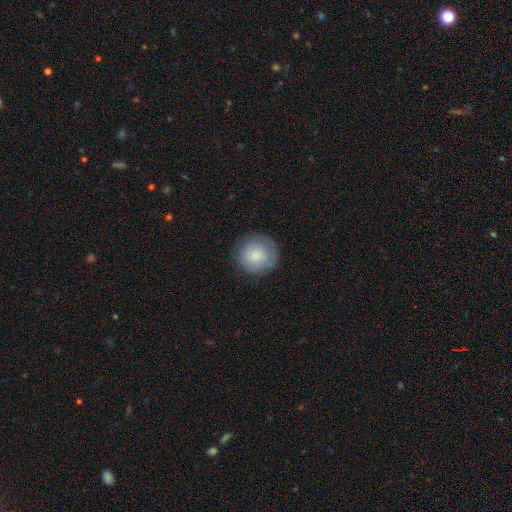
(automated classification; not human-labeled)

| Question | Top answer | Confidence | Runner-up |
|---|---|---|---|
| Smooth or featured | smooth | 82% | featured or disk (11%) |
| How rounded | round | 94% | in between (5%) |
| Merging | none | 83% | minor disturbance (12%) |